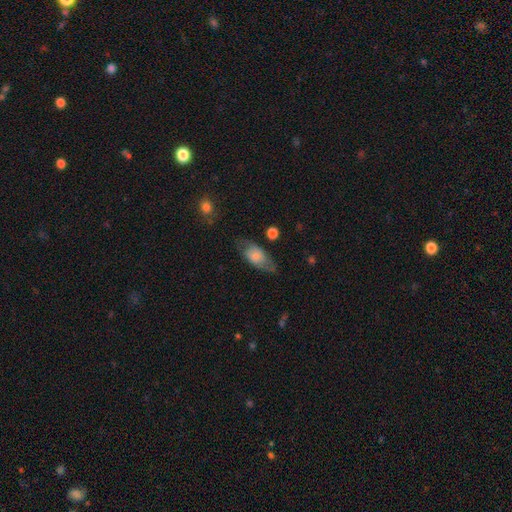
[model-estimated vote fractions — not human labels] The model was most divided on "smooth or featured": smooth: 63%, featured or disk: 30%, star or artifact: 7%. More confident: how rounded — in between (84%); merging — none (64%).